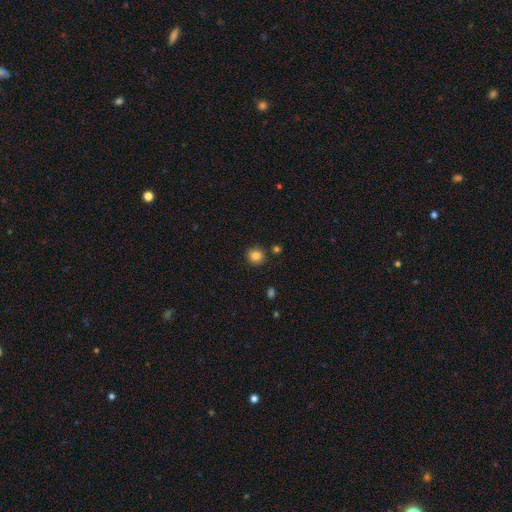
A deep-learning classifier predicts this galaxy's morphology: Q: Smooth or featured?
A: smooth (85%); runner-up: star or artifact (11%)
Q: How rounded?
A: round (87%); runner-up: in between (12%)
Q: Merging?
A: none (86%); runner-up: minor disturbance (8%)